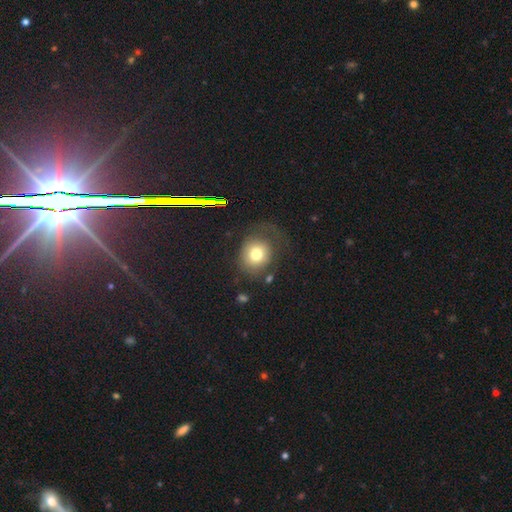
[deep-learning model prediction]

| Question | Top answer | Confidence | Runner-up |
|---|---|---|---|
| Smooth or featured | smooth | 70% | featured or disk (17%) |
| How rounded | round | 71% | in between (28%) |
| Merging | none | 56% | major disturbance (21%) |